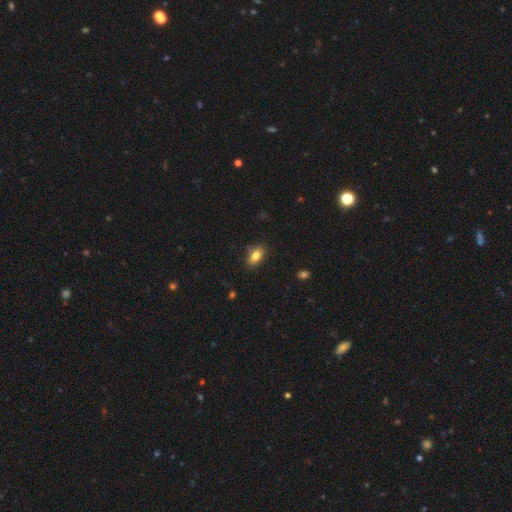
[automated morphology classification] type=smooth (81%); roundness=in between (86%); merging=none (84%).